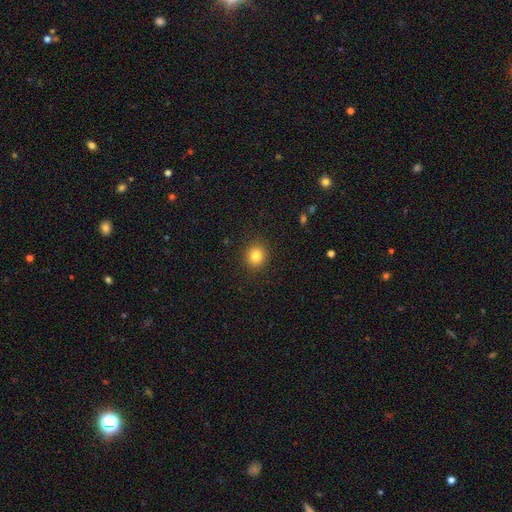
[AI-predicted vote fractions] A smooth galaxy with no disk features (83%) that is round (87%).

Vote fractions:
- Smooth or featured? smooth: 83% / star or artifact: 11% / featured or disk: 6%
- How rounded? round: 87% / in between: 12% / cigar-shaped: 1%
- Merging? none: 91% / minor disturbance: 6% / major disturbance: 2% / merger: 1%